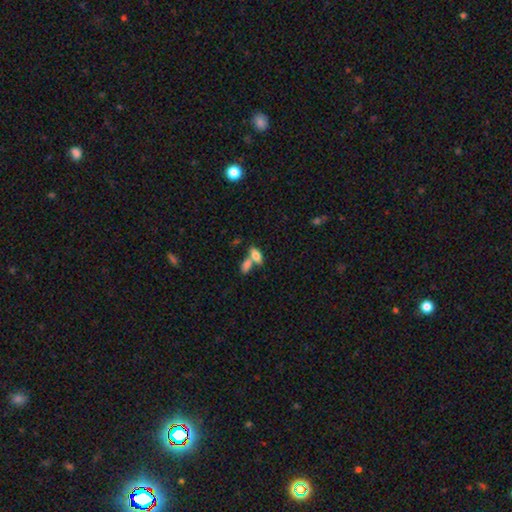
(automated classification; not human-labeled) Smooth or featured? Predicted: smooth (p=0.75). How rounded? Predicted: in between (p=0.83). Merging? Predicted: merger (p=0.51).